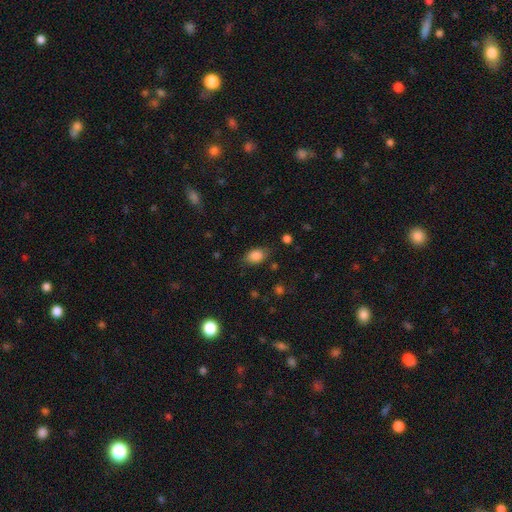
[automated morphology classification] A smooth galaxy with no disk features (85%) that is in between round and cigar-shaped (81%).

Vote fractions:
- Smooth or featured? smooth: 85% / star or artifact: 10% / featured or disk: 5%
- How rounded? in between: 81% / round: 18% / cigar-shaped: 2%
- Merging? none: 76% / minor disturbance: 17% / major disturbance: 5% / merger: 2%